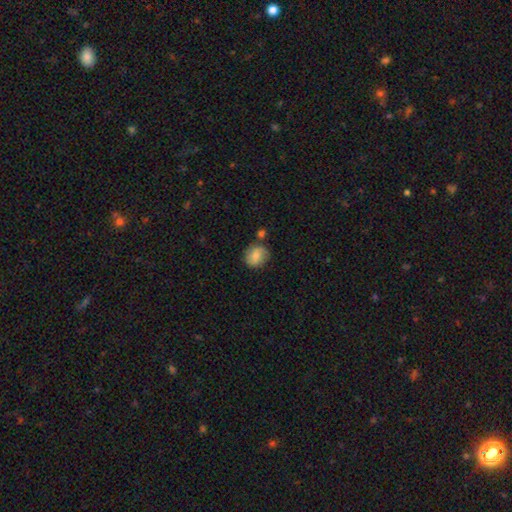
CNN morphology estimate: Smooth or featured?
  - smooth: 73% *
  - featured or disk: 19%
  - star or artifact: 8%
How rounded?
  - round: 70% *
  - in between: 28%
  - cigar-shaped: 1%
Merging?
  - none: 71% *
  - minor disturbance: 16%
  - merger: 9%
  - major disturbance: 4%